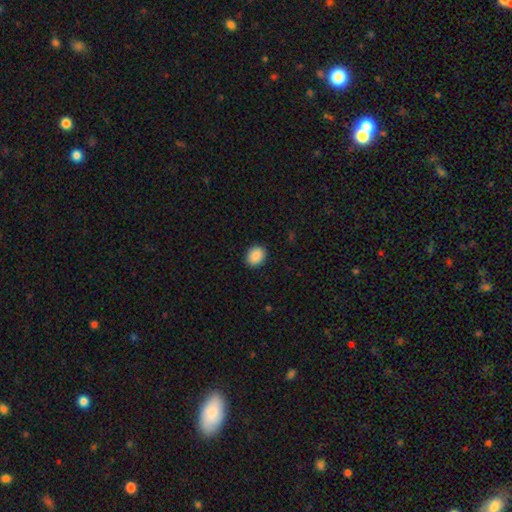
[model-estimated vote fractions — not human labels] The model was most divided on "how rounded": round: 53%, in between: 46%, cigar-shaped: 1%. More confident: merging — none (91%); smooth or featured — smooth (89%).